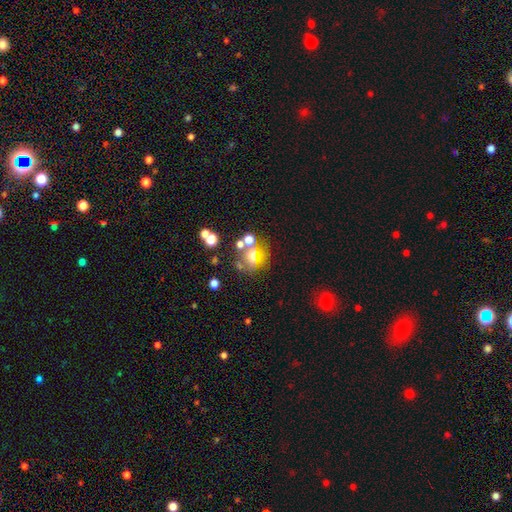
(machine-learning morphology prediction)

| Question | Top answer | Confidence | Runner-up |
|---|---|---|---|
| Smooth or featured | star or artifact | 44% | smooth (38%) |